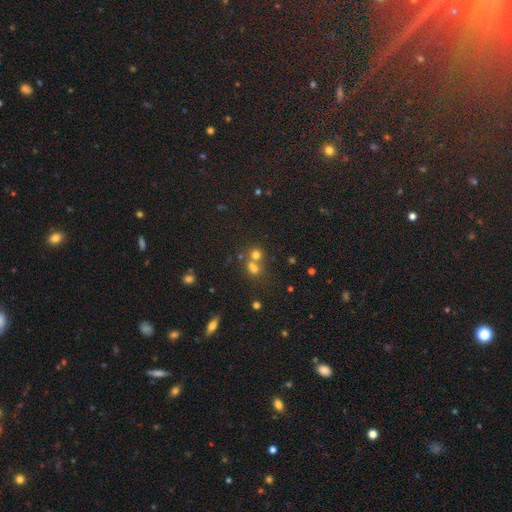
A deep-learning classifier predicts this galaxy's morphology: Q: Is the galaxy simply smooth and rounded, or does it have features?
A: smooth — 61%.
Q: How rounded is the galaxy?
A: round — 79%.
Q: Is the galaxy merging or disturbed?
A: merger — 48%.